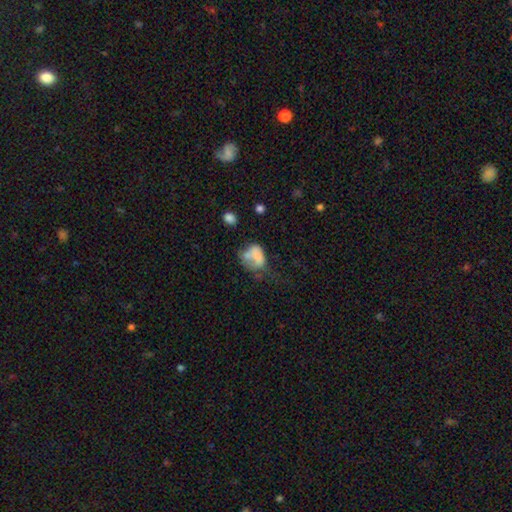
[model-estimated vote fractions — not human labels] This is likely a smooth galaxy (63%). How rounded: likely in between (69%). Merging: marginally major disturbance (32%).